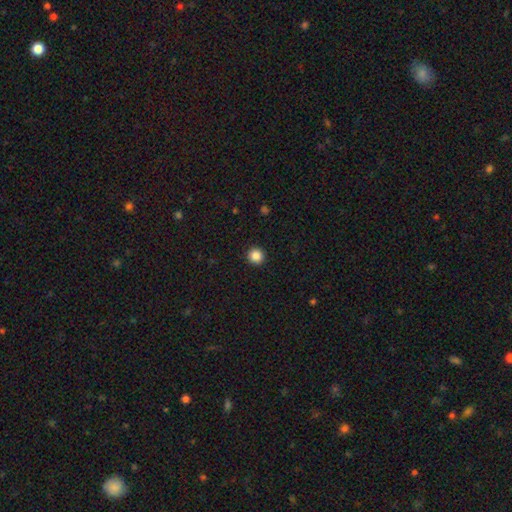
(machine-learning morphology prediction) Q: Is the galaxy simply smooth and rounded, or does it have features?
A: smooth — 86%.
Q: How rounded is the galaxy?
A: round — 95%.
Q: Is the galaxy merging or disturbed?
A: none — 93%.